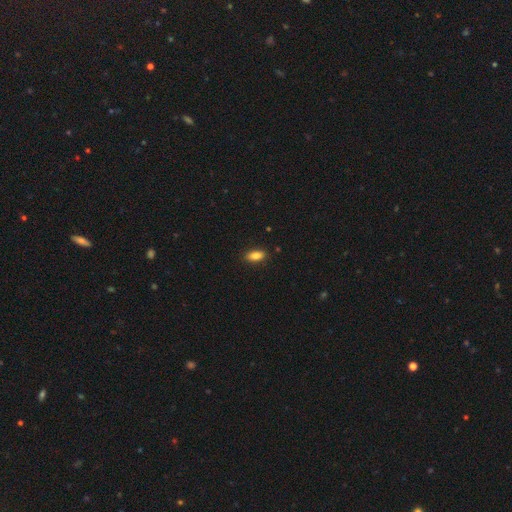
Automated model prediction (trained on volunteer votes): This appears to be a smooth galaxy with no disk features (85%) that is in between round and cigar-shaped (87%). Merging: none (88%).